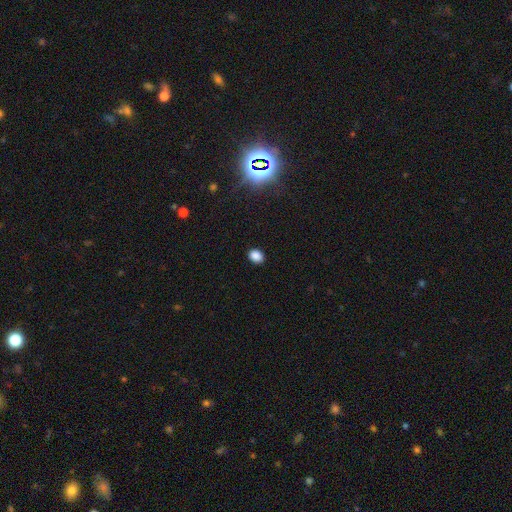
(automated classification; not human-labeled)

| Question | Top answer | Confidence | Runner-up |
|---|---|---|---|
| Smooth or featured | smooth | 86% | star or artifact (11%) |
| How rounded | in between | 56% | round (43%) |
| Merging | none | 90% | minor disturbance (7%) |